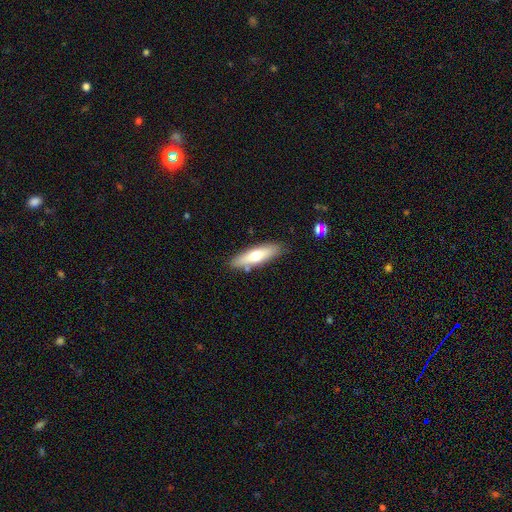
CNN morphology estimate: Smooth or featured: smooth — 61% (featured or disk — 33%)
How rounded: cigar-shaped — 60% (in between — 38%)
Merging: none — 82% (minor disturbance — 12%)